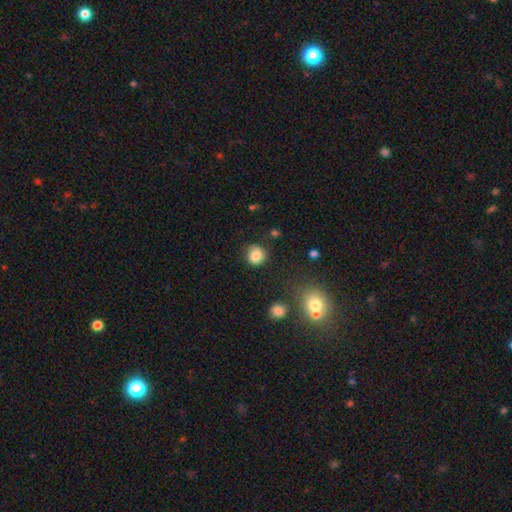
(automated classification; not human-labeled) A smooth galaxy with no disk features (81%) that is round (86%). Merging: none (80%).